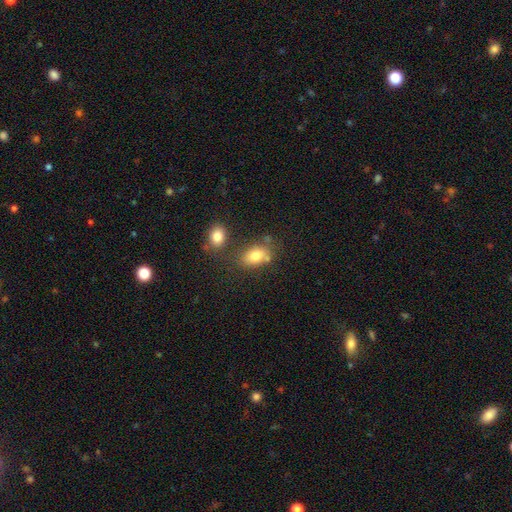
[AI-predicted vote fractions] A smooth galaxy with no disk features (78%) that is in between round and cigar-shaped (83%).

Vote fractions:
- Smooth or featured? smooth: 78% / featured or disk: 12% / star or artifact: 10%
- How rounded? in between: 83% / round: 15% / cigar-shaped: 2%
- Merging? none: 59% / merger: 17% / minor disturbance: 17% / major disturbance: 6%